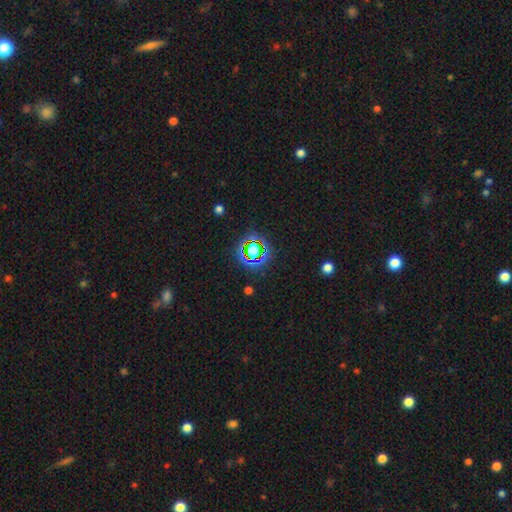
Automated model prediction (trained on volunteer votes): Q: Smooth or featured?
A: star or artifact (75%); runner-up: smooth (17%)